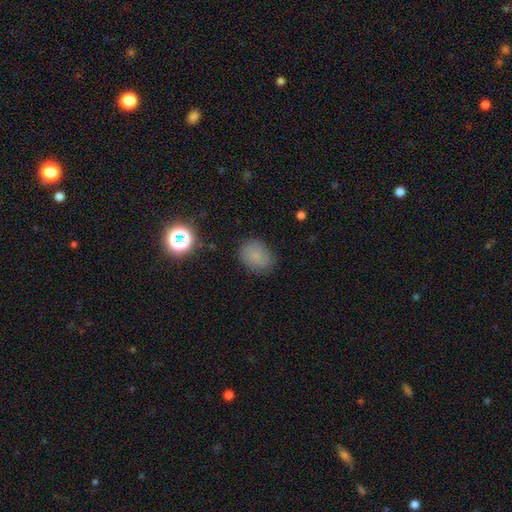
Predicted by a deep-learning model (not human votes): This appears to be a smooth galaxy with no disk features (75%) that is in between round and cigar-shaped (55%). Merging: none (81%).